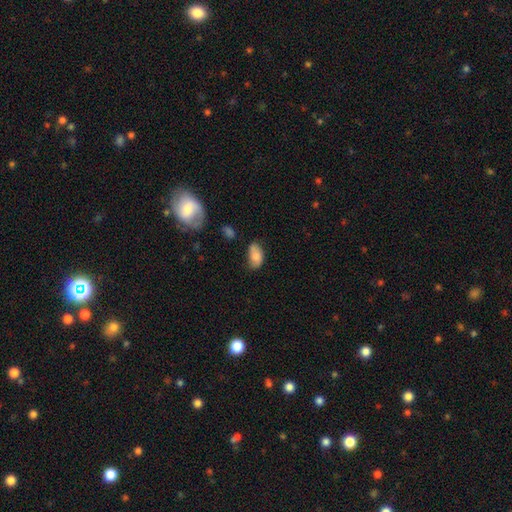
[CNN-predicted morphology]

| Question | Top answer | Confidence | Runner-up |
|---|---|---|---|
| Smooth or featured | smooth | 79% | featured or disk (13%) |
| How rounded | in between | 92% | round (6%) |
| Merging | none | 52% | minor disturbance (34%) |